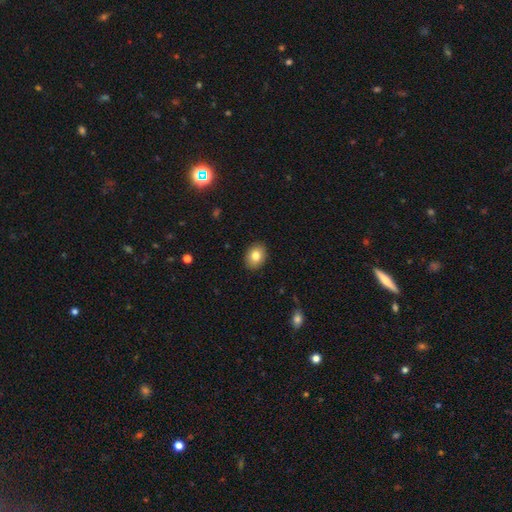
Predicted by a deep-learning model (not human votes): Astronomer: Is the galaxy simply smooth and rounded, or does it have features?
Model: smooth — 81%.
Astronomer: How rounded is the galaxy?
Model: in between — 58% (runner-up: round, 41%).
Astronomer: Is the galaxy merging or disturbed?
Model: none — 90%.